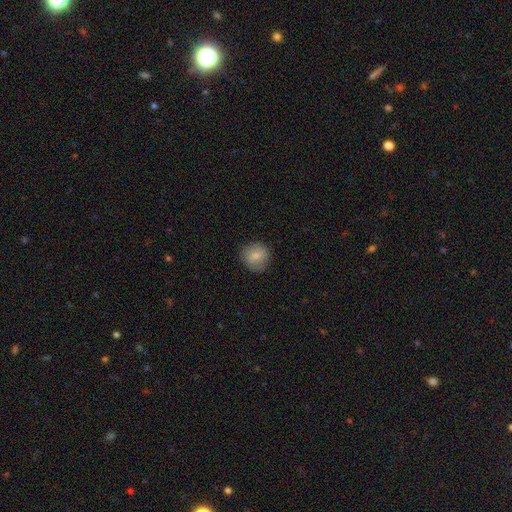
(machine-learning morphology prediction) Smooth or featured?
  - smooth: 77% *
  - featured or disk: 15%
  - star or artifact: 8%
How rounded?
  - round: 89% *
  - in between: 10%
  - cigar-shaped: 1%
Merging?
  - none: 84% *
  - minor disturbance: 12%
  - major disturbance: 3%
  - merger: 1%